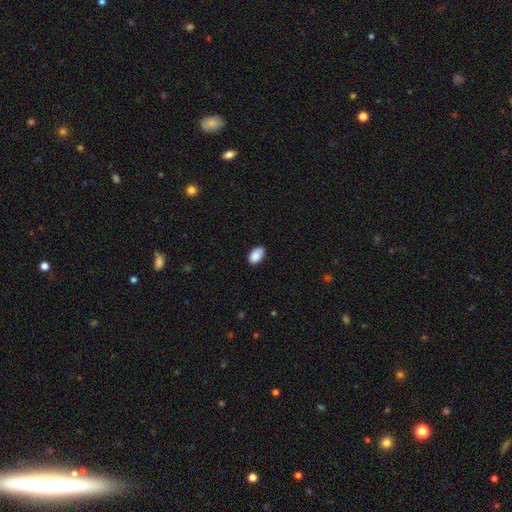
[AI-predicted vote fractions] The model was most divided on "merging": none: 76%, minor disturbance: 19%, major disturbance: 3%, merger: 1%. More confident: how rounded — in between (92%); smooth or featured — smooth (89%).